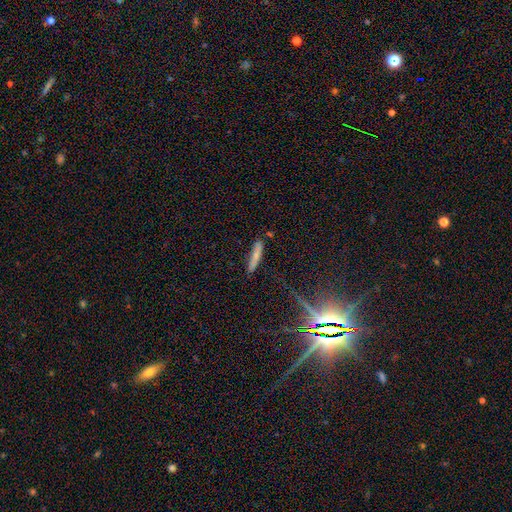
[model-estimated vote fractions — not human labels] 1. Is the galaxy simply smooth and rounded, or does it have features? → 66% smooth, 24% featured or disk, 10% star or artifact.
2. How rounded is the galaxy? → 89% cigar-shaped, 9% in between, 2% round.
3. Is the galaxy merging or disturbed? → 80% none, 14% minor disturbance, 3% merger, 3% major disturbance.